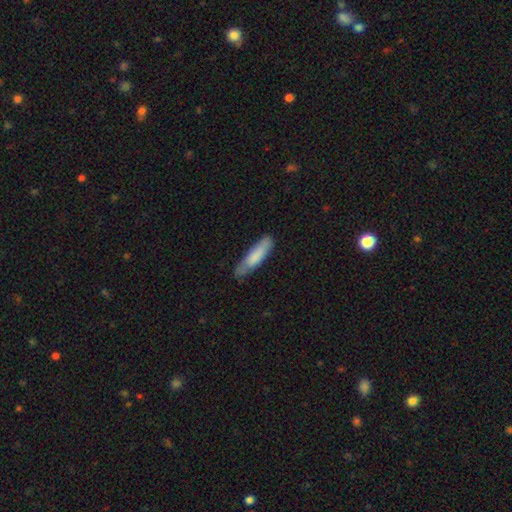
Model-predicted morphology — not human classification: A smooth galaxy with no disk features (78%) that is cigar-shaped (72%). Merging: none (72%).